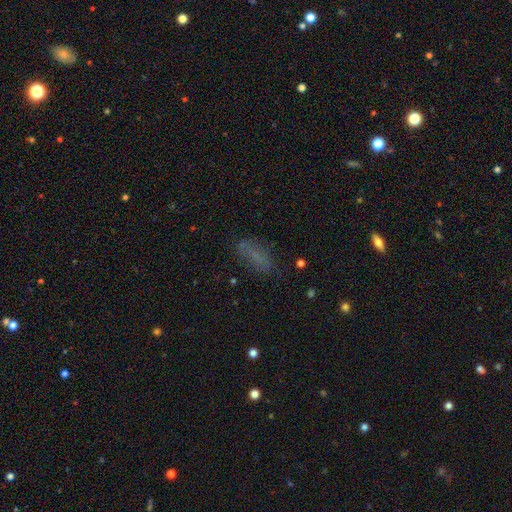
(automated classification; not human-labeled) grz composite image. It shows a smooth galaxy with no disk features (63%) that is in between round and cigar-shaped (67%). Merging: none (70%).